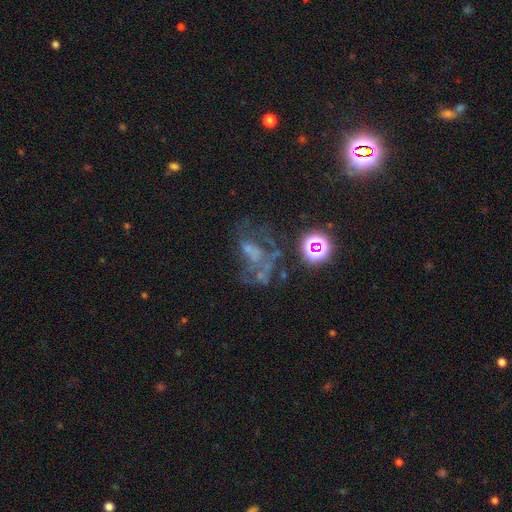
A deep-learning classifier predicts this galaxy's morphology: A featured or disk galaxy (45%). Merging: none (39%).